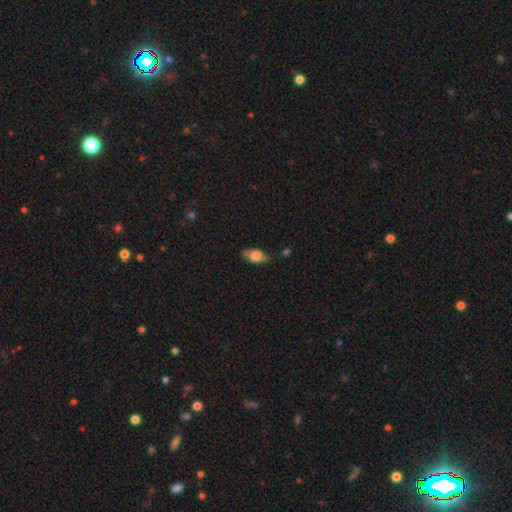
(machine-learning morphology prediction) A smooth galaxy with no disk features (63%) that is in between round and cigar-shaped (83%).

Vote fractions:
- Smooth or featured? smooth: 63% / featured or disk: 28% / star or artifact: 9%
- How rounded? in between: 83% / cigar-shaped: 11% / round: 6%
- Merging? none: 66% / minor disturbance: 24% / major disturbance: 6% / merger: 4%